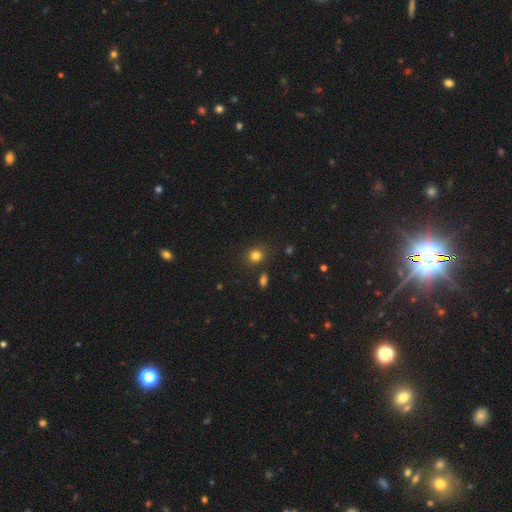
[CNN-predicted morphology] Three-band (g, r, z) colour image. It shows a smooth galaxy with no disk features (80%) that is round (80%). Merging: none (85%).